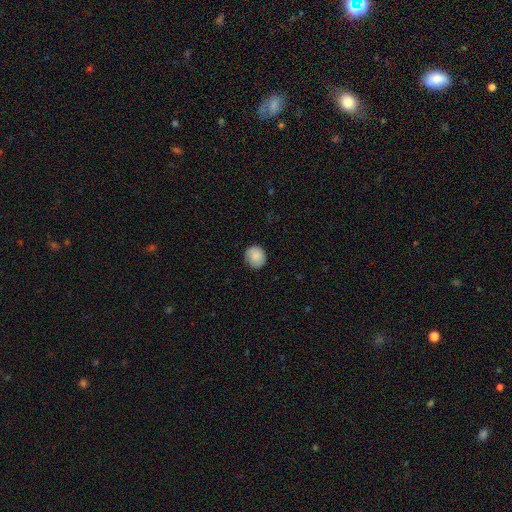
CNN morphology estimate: A smooth galaxy with no disk features (87%) that is round (85%). Merging: none (86%).